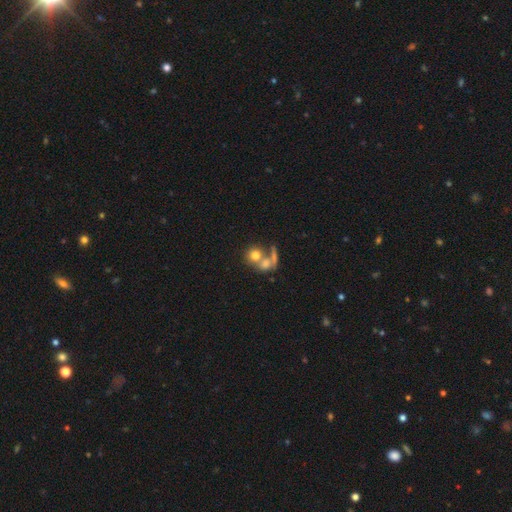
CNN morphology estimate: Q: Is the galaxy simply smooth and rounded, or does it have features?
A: smooth — 69%.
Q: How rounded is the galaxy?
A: round — 77%.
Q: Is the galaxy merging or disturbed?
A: merger — 51%.